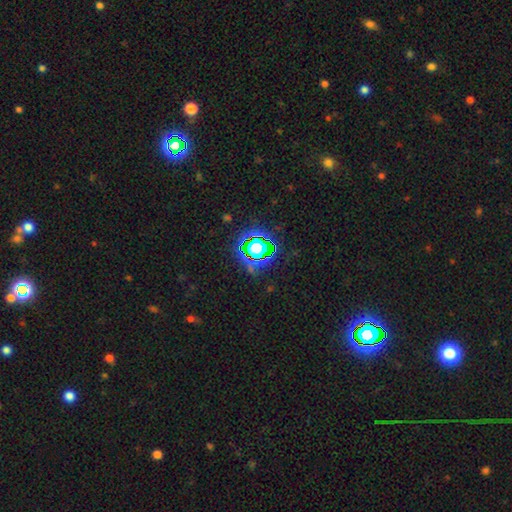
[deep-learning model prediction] A star or artifact, not a galaxy (81%).

Vote fractions:
- Smooth or featured? star or artifact: 81% / smooth: 12% / featured or disk: 7%